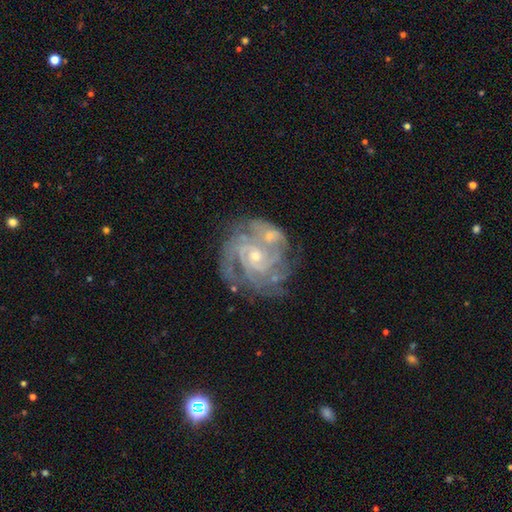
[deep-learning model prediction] Smooth or featured? Predicted: featured or disk (p=0.88). Edge-on disk? Predicted: no (p=0.98). Bar? Predicted: no (p=0.70). Spiral arms? Predicted: yes (p=0.97). Spiral winding? Predicted: tight (p=0.68). Spiral arm count? Predicted: 3 (p=0.28). Bulge size? Predicted: small (p=0.65). Merging? Predicted: none (p=0.49).